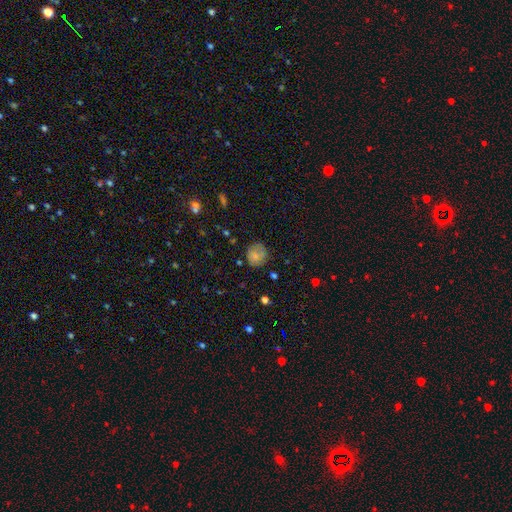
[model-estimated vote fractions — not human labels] Smooth or featured? Predicted: smooth (p=0.78). How rounded? Predicted: round (p=0.83). Merging? Predicted: none (p=0.70).